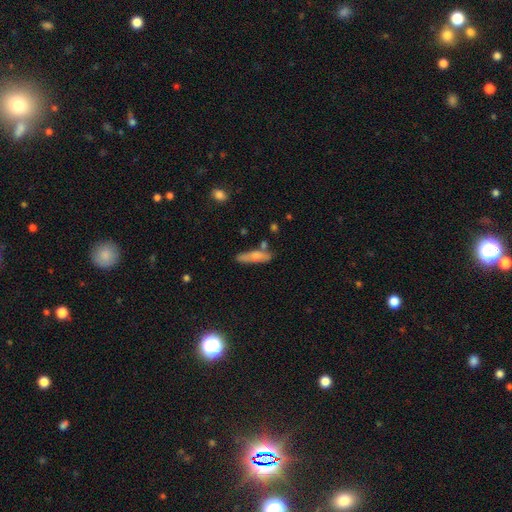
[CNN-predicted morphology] Smooth or featured?
  - smooth: 74% *
  - featured or disk: 19%
  - star or artifact: 7%
How rounded?
  - cigar-shaped: 66% *
  - in between: 31%
  - round: 2%
Merging?
  - none: 69% *
  - minor disturbance: 19%
  - merger: 8%
  - major disturbance: 4%